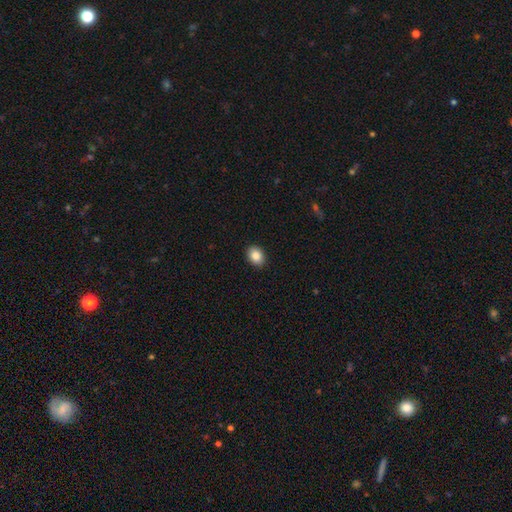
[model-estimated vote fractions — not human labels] Overall: smooth (86%). How rounded: in between (63%; round 36%). Merging: none (90%).